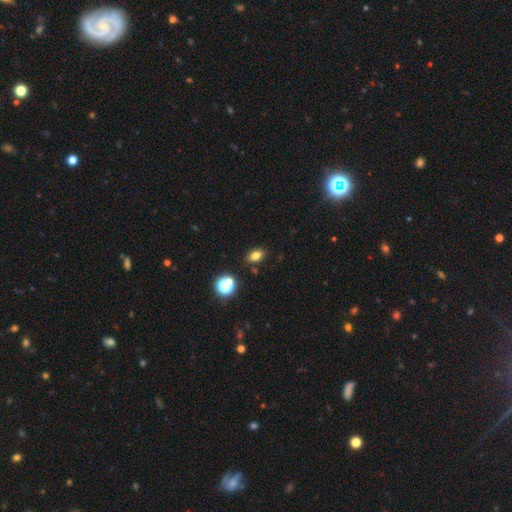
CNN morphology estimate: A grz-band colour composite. It shows a smooth galaxy with no disk features (78%) that is in between round and cigar-shaped (80%). Merging: none (86%).